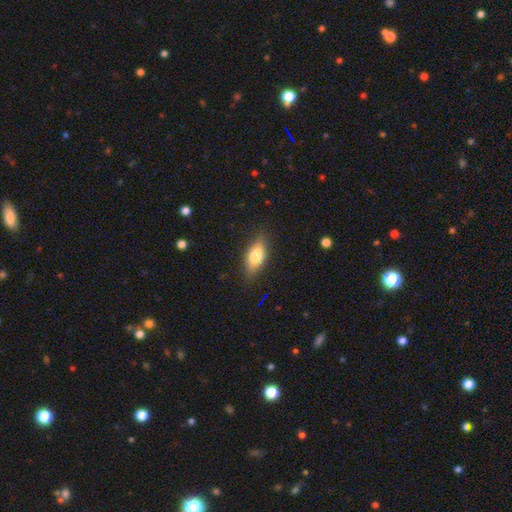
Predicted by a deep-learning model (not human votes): This is likely a smooth galaxy (71%). How rounded: likely in between (77%). Merging: clearly none (84%).